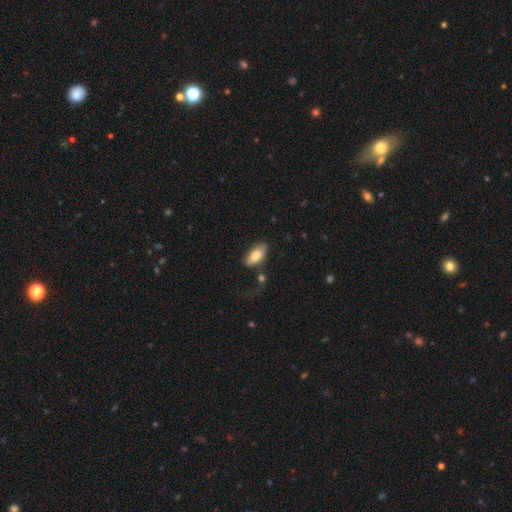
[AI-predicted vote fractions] Smooth or featured?
  - smooth: 79% *
  - featured or disk: 14%
  - star or artifact: 6%
How rounded?
  - in between: 92% *
  - cigar-shaped: 5%
  - round: 3%
Merging?
  - none: 72% *
  - minor disturbance: 17%
  - merger: 6%
  - major disturbance: 5%